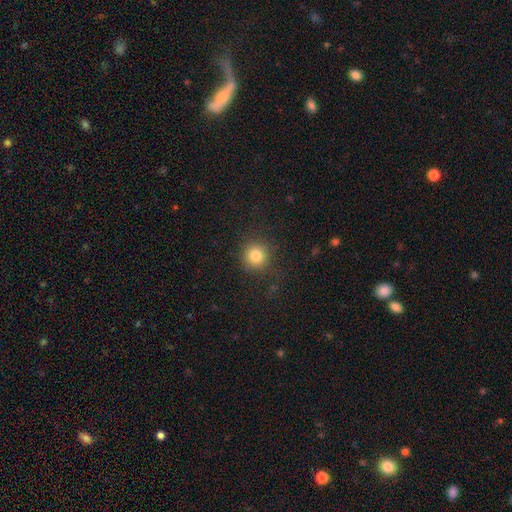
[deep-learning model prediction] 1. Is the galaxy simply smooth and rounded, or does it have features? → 82% smooth, 12% star or artifact, 6% featured or disk.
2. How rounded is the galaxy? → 92% round, 7% in between, 1% cigar-shaped.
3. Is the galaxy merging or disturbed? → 85% none, 9% minor disturbance, 4% major disturbance, 1% merger.